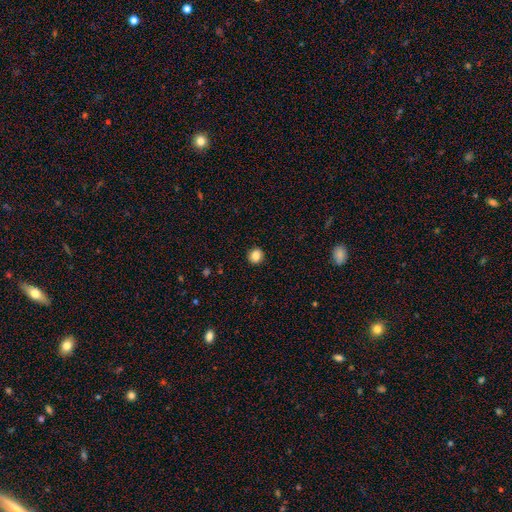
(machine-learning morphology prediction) Smooth or featured? smooth (86%)
How rounded? round (86%)
Merging? none (91%)